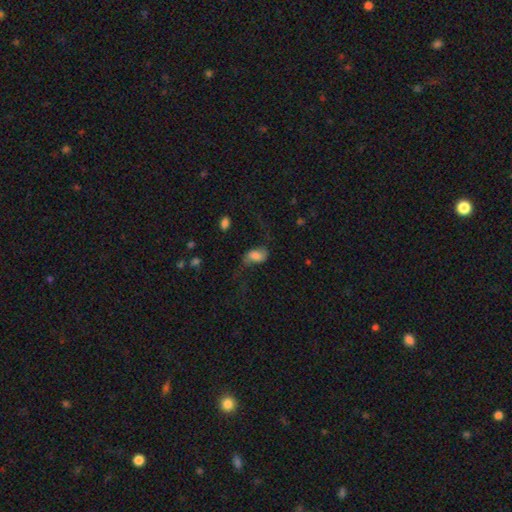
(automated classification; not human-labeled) This appears to be a smooth galaxy with no disk features (52%) that is in between round and cigar-shaped (86%). Merging: none (48%).